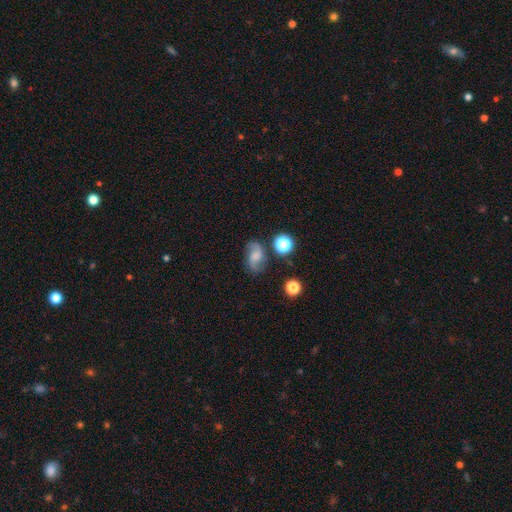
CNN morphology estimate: Smooth or featured?
  - featured or disk: 52% *
  - smooth: 34%
  - star or artifact: 13%
Edge-on disk?
  - no: 97% *
  - yes: 3%
Bar?
  - no: 54% *
  - weak: 37%
  - strong: 9%
Spiral arms?
  - yes: 91% *
  - no: 9%
Bulge size?
  - none: 36% *
  - small: 24%
  - moderate: 23%
  - large: 14%
  - dominant: 4%
Merging?
  - none: 68% *
  - minor disturbance: 19%
  - major disturbance: 8%
  - merger: 5%